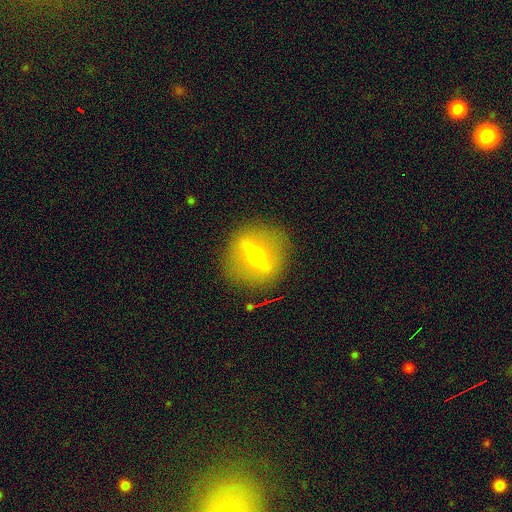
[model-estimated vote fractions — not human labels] Smooth or featured? Predicted: featured or disk (p=0.69). Edge-on disk? Predicted: yes (p=0.55). Merging? Predicted: none (p=0.87).